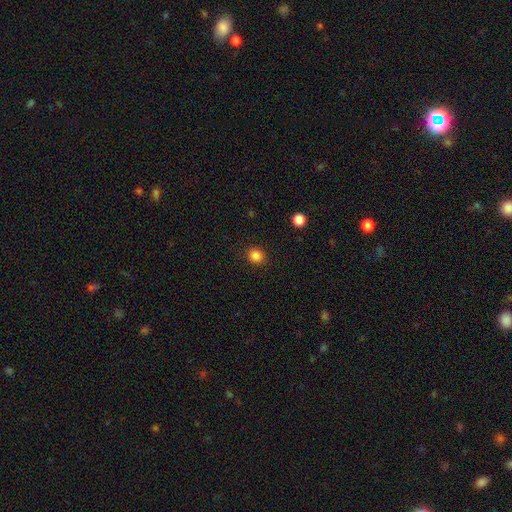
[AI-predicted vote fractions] Smooth or featured? smooth (85%)
How rounded? round (83%)
Merging? none (90%)